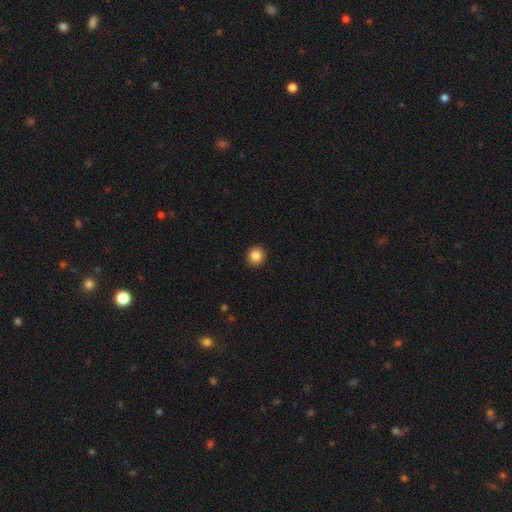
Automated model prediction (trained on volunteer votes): Overall: smooth (85%). How rounded: round (90%). Merging: none (93%).